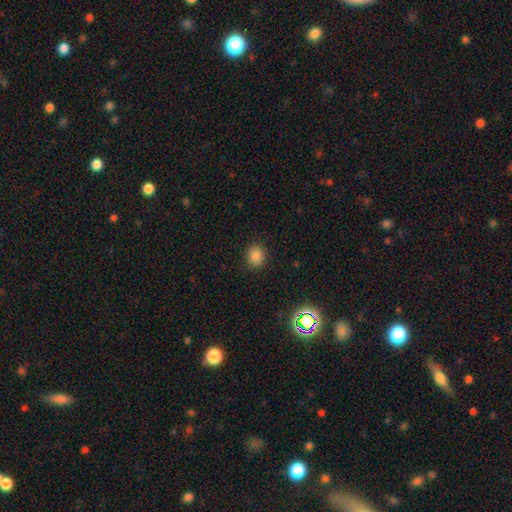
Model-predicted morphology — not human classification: Smooth or featured: smooth — 83% (star or artifact — 12%)
How rounded: round — 71% (in between — 28%)
Merging: none — 89% (minor disturbance — 8%)